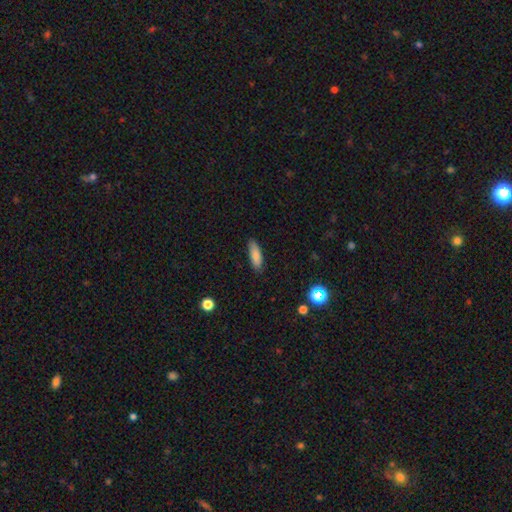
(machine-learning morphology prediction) smooth_or_featured: smooth (p=0.84) [alt: featured or disk p=0.08]
how_rounded: in between (p=0.52) [alt: cigar-shaped p=0.46]
merging: none (p=0.85) [alt: minor disturbance p=0.12]